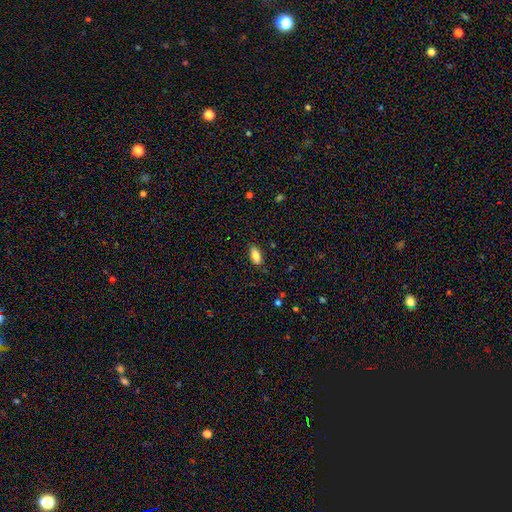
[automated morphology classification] The model was most divided on "how rounded": in between: 85%, cigar-shaped: 13%, round: 2%. More confident: merging — none (85%); smooth or featured — smooth (85%).